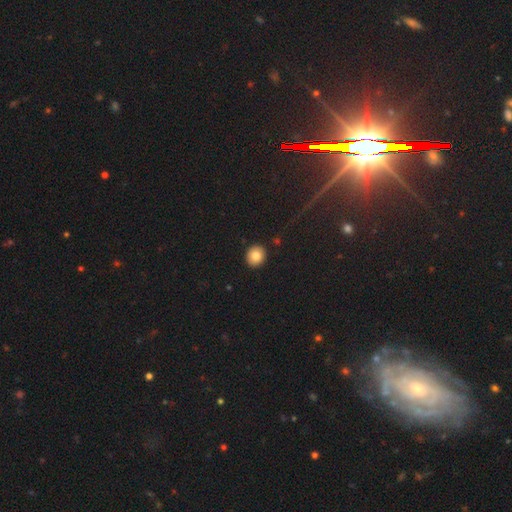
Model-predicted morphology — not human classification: The model was most divided on "how rounded": round: 80%, in between: 19%, cigar-shaped: 1%. More confident: merging — none (91%); smooth or featured — smooth (81%).